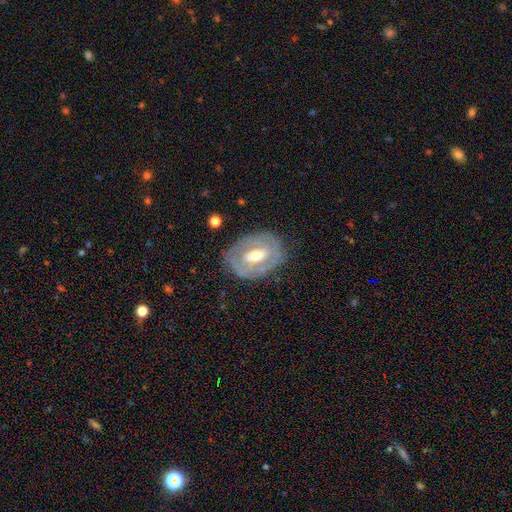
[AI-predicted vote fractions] Smooth or featured? featured or disk (69%)
Edge-on disk? no (94%)
Bar? weak (38%)
Spiral arms? no (63%)
Bulge size? moderate (65%)
Merging? none (75%)